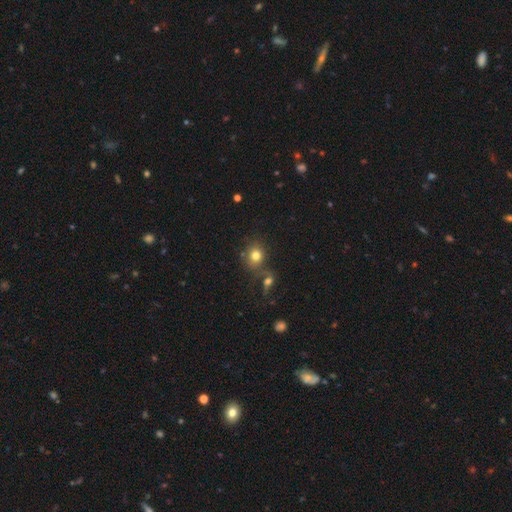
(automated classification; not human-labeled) A smooth galaxy with no disk features (77%) that is round (75%).

Vote fractions:
- Smooth or featured? smooth: 77% / star or artifact: 12% / featured or disk: 11%
- How rounded? round: 75% / in between: 24% / cigar-shaped: 1%
- Merging? none: 62% / merger: 20% / minor disturbance: 12% / major disturbance: 6%